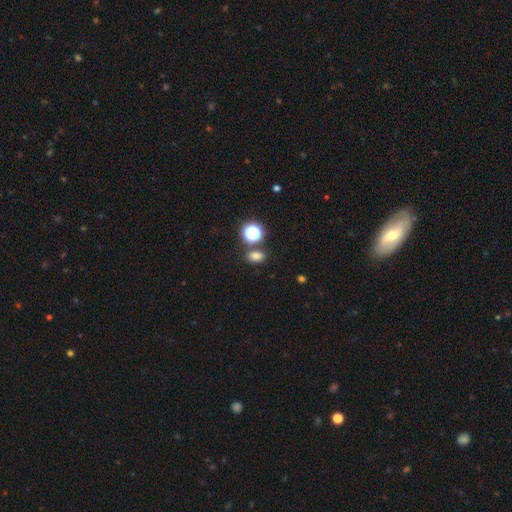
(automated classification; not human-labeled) Smooth or featured? Predicted: smooth (p=0.74). How rounded? Predicted: in between (p=0.70). Merging? Predicted: none (p=0.77).